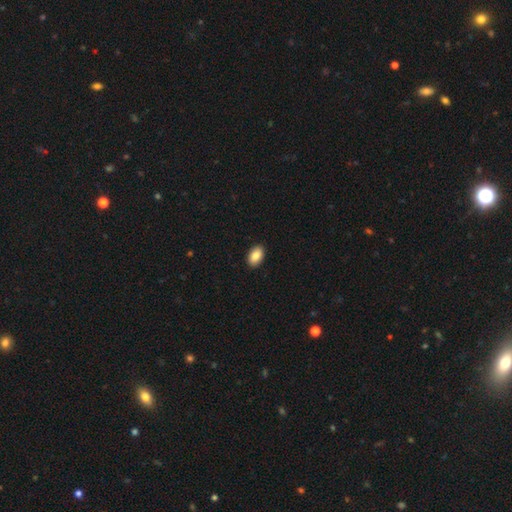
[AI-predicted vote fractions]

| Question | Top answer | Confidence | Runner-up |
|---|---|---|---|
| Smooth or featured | smooth | 87% | star or artifact (7%) |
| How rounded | in between | 92% | round (6%) |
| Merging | none | 91% | minor disturbance (7%) |